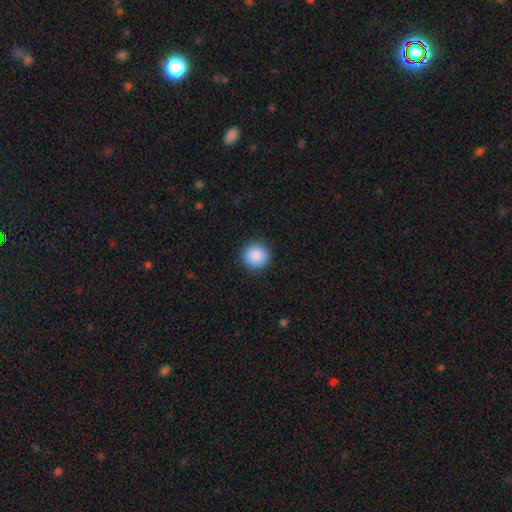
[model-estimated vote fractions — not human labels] A smooth galaxy with no disk features (89%) that is round (95%).

Vote fractions:
- Smooth or featured? smooth: 89% / star or artifact: 8% / featured or disk: 3%
- How rounded? round: 95% / in between: 4% / cigar-shaped: 1%
- Merging? none: 91% / minor disturbance: 6% / major disturbance: 2% / merger: 1%